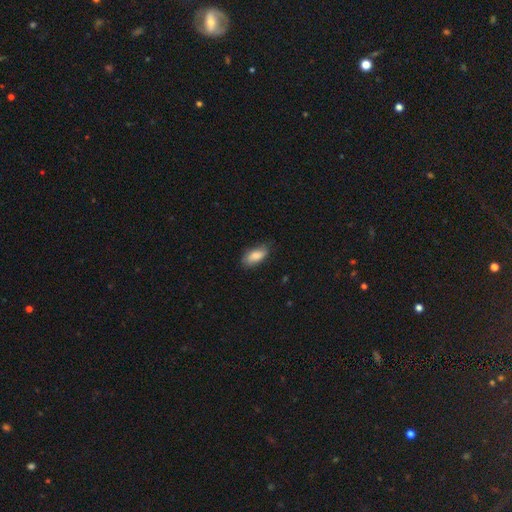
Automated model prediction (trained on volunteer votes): Smooth or featured?
  - smooth: 84% *
  - featured or disk: 9%
  - star or artifact: 6%
How rounded?
  - in between: 88% *
  - cigar-shaped: 9%
  - round: 3%
Merging?
  - none: 74% *
  - minor disturbance: 21%
  - major disturbance: 4%
  - merger: 1%